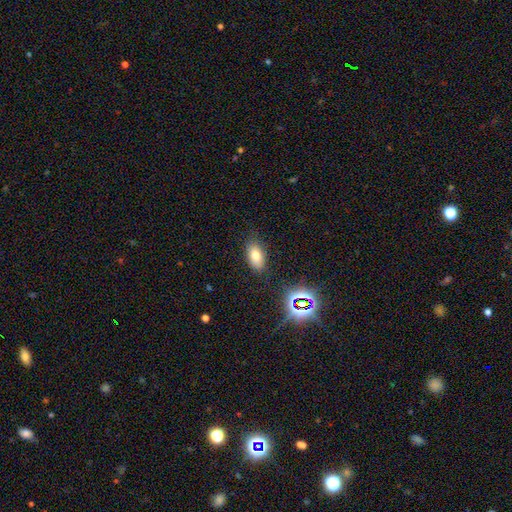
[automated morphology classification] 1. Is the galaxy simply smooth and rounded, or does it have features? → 74% smooth, 15% star or artifact, 11% featured or disk.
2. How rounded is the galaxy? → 90% in between, 6% round, 3% cigar-shaped.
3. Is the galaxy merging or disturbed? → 83% none, 12% minor disturbance, 3% major disturbance, 2% merger.